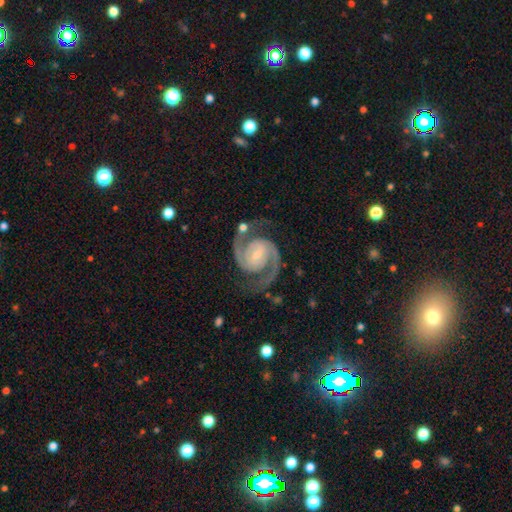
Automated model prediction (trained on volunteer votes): Overall: featured or disk (93%). Edge-on disk: no (98%). Bar: no (39%; weak 38%). Spiral arms: yes (99%). Spiral arm count: 2 (94%). Spiral winding: medium (56%; tight 36%). Bulge size: small (68%). Merging: none (80%).